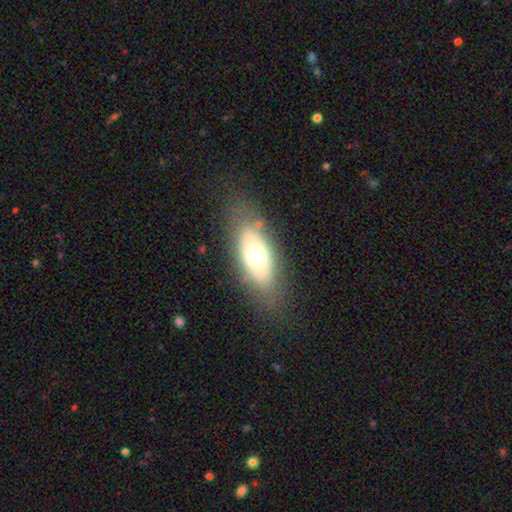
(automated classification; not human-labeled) Smooth or featured: smooth — 52% (featured or disk — 40%)
How rounded: in between — 84% (cigar-shaped — 10%)
Merging: none — 76% (minor disturbance — 15%)